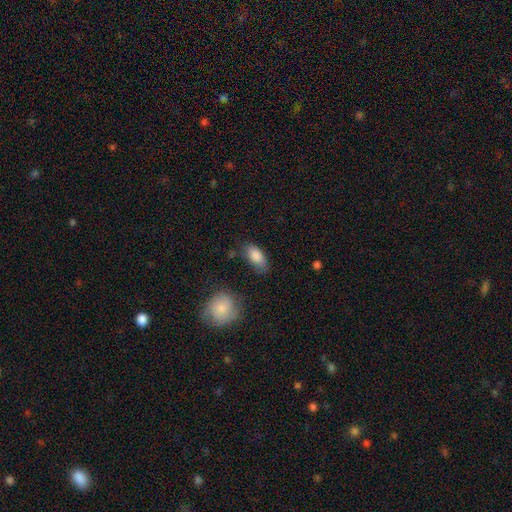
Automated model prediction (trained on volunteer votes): Smooth or featured? smooth (86%)
How rounded? in between (90%)
Merging? none (69%)